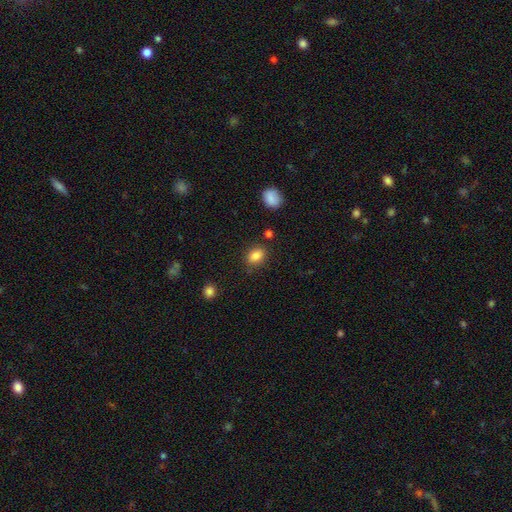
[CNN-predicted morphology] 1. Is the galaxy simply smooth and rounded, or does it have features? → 86% smooth, 9% star or artifact, 5% featured or disk.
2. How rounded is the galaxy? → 70% in between, 29% round, 1% cigar-shaped.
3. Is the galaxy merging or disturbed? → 81% none, 12% minor disturbance, 4% major disturbance, 4% merger.